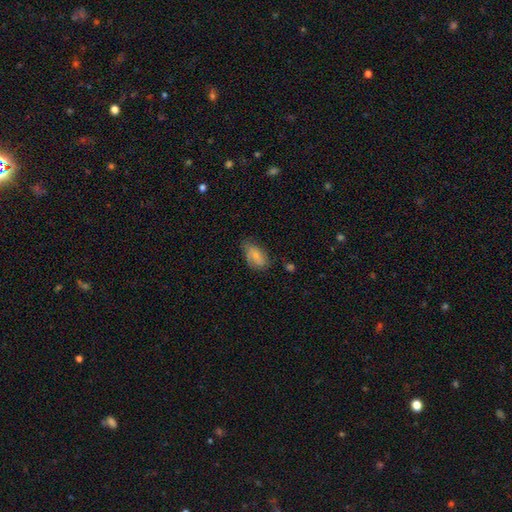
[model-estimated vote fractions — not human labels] A smooth galaxy with no disk features (68%) that is in between round and cigar-shaped (90%). Merging: none (58%).